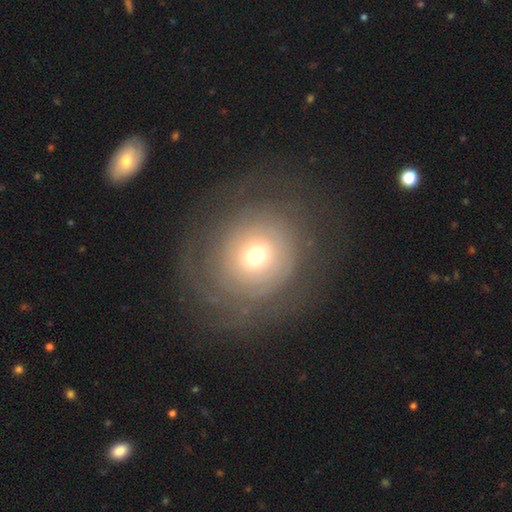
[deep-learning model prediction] Overall: featured or disk (60%; smooth 30%). Edge-on disk: no (96%). Bar: no (84%). Spiral arms: yes (71%). Bulge size: moderate (55%; small 32%). Merging: none (70%).